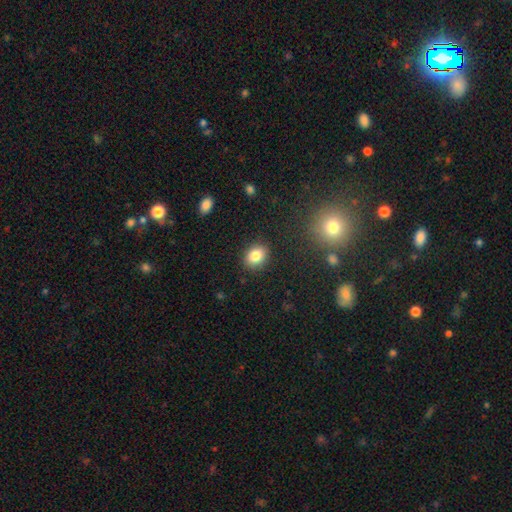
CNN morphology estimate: Overall: smooth (83%). How rounded: in between (58%; round 41%). Merging: none (88%).